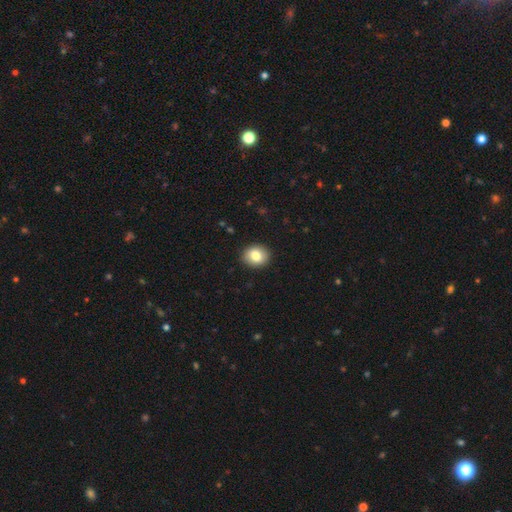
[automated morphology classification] smooth-or-featured: smooth: 83% | featured or disk: 9% | star or artifact: 8%
  how-rounded: round: 63% | in between: 36% | cigar-shaped: 1%
  merging: none: 90% | minor disturbance: 8% | major disturbance: 2% | merger: 1%